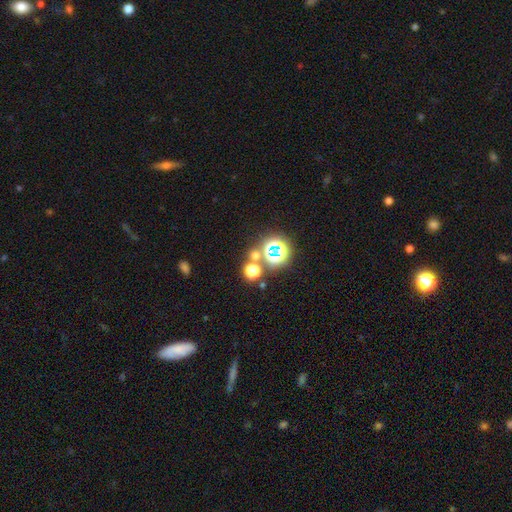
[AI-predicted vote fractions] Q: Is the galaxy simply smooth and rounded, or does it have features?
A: smooth — 46%, tied with star or artifact.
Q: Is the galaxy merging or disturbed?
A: none — 68%.